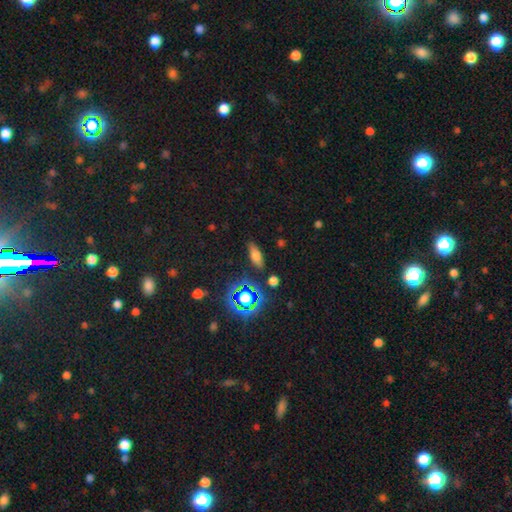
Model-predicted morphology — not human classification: This appears to be a smooth galaxy with no disk features (66%) that is in between round and cigar-shaped (63%). Merging: none (82%).